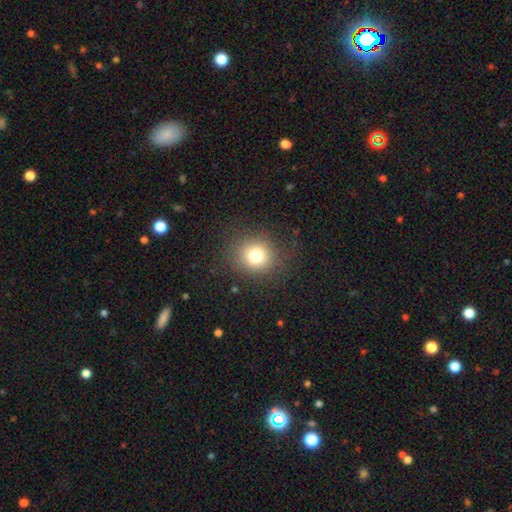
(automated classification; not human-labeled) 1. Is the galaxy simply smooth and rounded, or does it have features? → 77% smooth, 14% star or artifact, 9% featured or disk.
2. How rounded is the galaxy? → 85% round, 14% in between, 1% cigar-shaped.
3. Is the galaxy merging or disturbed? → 85% none, 9% minor disturbance, 5% major disturbance, 1% merger.